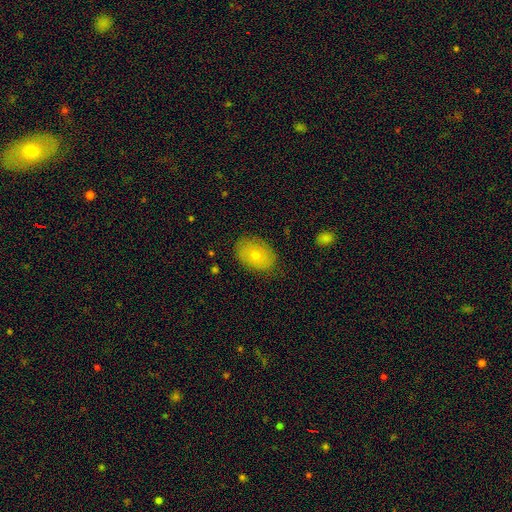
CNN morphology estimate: Smooth or featured? Predicted: smooth (p=0.68). How rounded? Predicted: in between (p=0.78). Merging? Predicted: none (p=0.82).